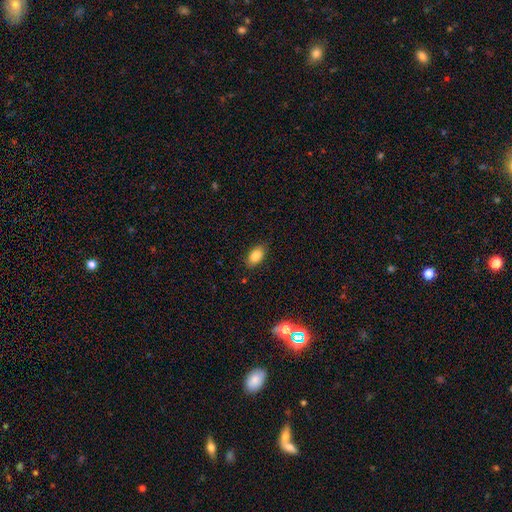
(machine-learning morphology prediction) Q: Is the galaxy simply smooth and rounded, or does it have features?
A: smooth — 84%.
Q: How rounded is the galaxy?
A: in between — 91%.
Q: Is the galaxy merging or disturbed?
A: none — 85%.